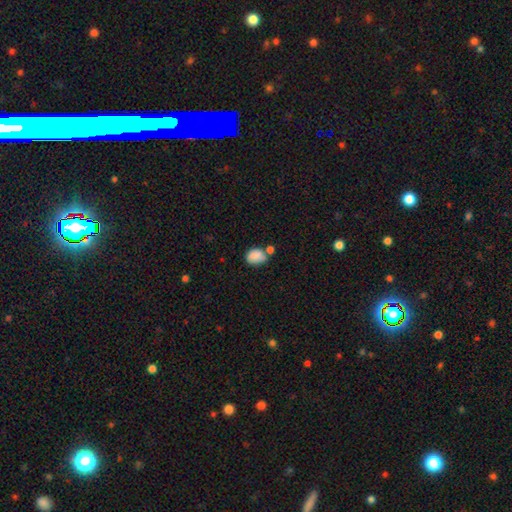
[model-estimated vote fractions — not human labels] Smooth or featured: smooth — 85% (star or artifact — 8%)
How rounded: in between — 65% (round — 34%)
Merging: none — 45% (merger — 29%)